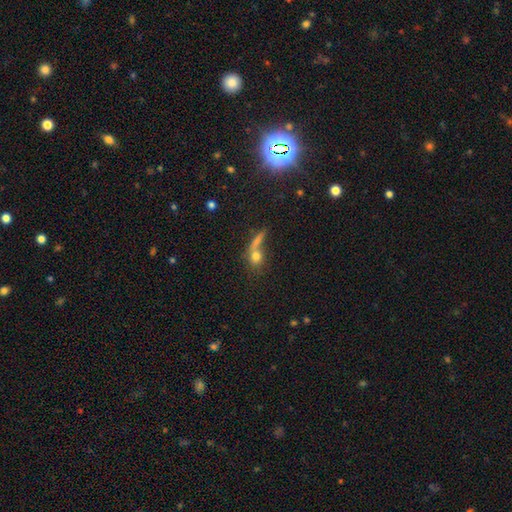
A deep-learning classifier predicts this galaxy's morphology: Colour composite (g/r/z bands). It shows a smooth galaxy with no disk features (69%) that is round (60%). Merging: none (42%).